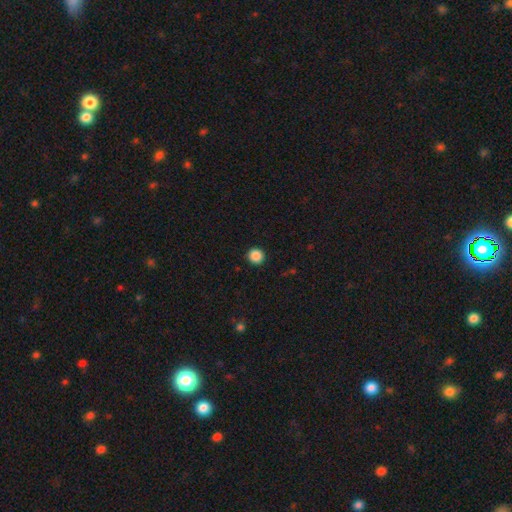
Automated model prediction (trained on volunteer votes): smooth 88%, star or artifact 10%, featured or disk 3%. Down the decision tree: how rounded — round (94%); merging — none (93%).